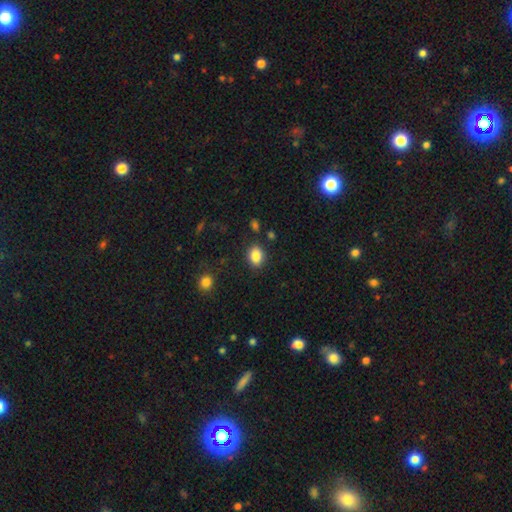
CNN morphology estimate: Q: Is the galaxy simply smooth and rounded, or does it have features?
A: smooth — 85%.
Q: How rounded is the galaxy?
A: in between — 59%.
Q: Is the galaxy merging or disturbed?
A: none — 85%.